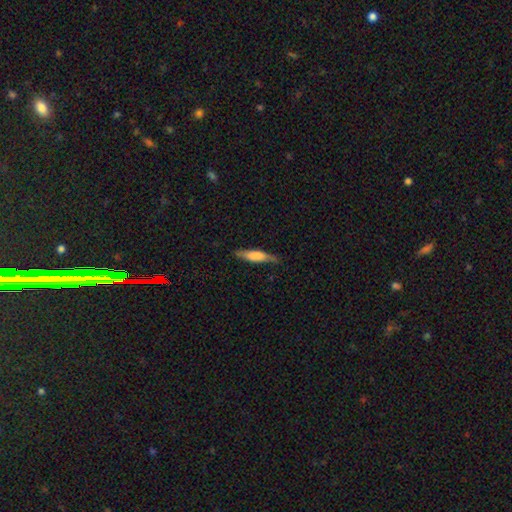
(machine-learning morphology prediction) A smooth galaxy with no disk features (67%) that is cigar-shaped (76%).

Vote fractions:
- Smooth or featured? smooth: 67% / featured or disk: 28% / star or artifact: 6%
- How rounded? cigar-shaped: 76% / in between: 23% / round: 2%
- Merging? none: 78% / minor disturbance: 17% / major disturbance: 3% / merger: 1%